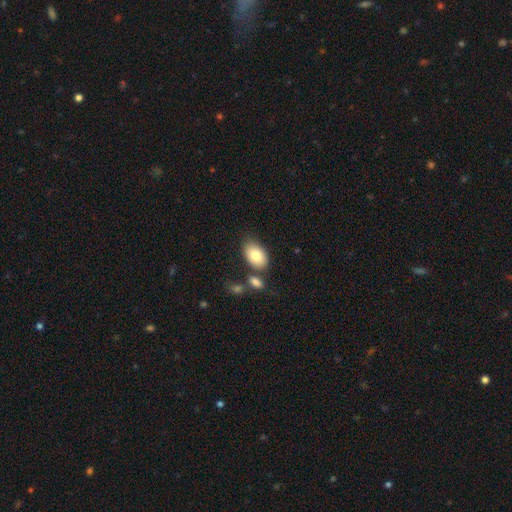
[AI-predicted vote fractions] Smooth or featured? Predicted: smooth (p=0.81). How rounded? Predicted: in between (p=0.91). Merging? Predicted: none (p=0.67).